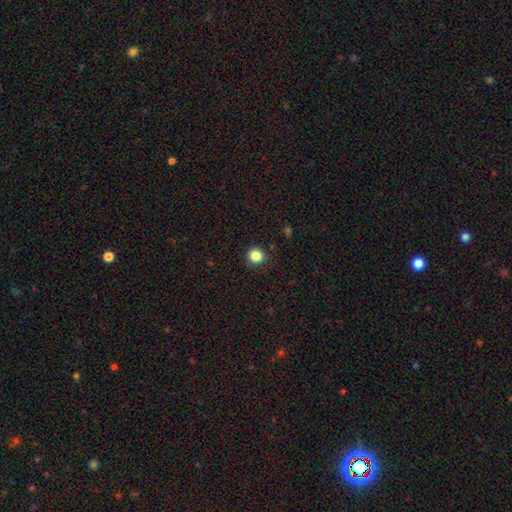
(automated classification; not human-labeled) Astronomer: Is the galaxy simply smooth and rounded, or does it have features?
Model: smooth — 85%.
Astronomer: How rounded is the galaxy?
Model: round — 91%.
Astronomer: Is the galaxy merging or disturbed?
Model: none — 91%.